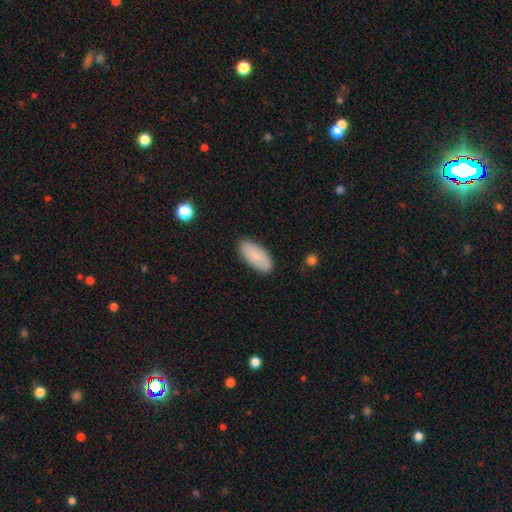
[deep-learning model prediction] A smooth galaxy with no disk features (84%) that is in between round and cigar-shaped (91%).

Vote fractions:
- Smooth or featured? smooth: 84% / featured or disk: 10% / star or artifact: 6%
- How rounded? in between: 91% / cigar-shaped: 7% / round: 2%
- Merging? none: 86% / minor disturbance: 11% / major disturbance: 2% / merger: 1%